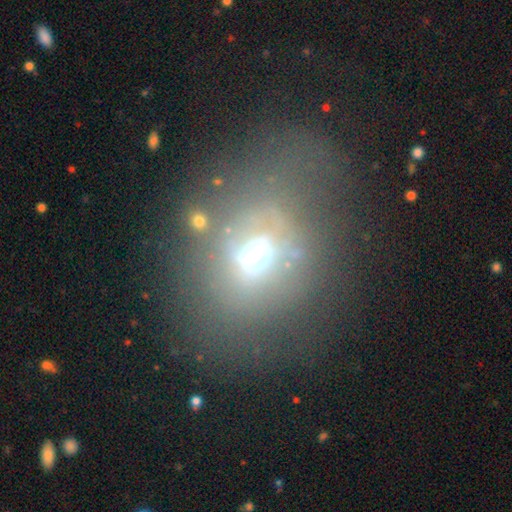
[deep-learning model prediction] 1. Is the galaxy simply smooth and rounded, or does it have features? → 43% smooth, 38% featured or disk, 18% star or artifact.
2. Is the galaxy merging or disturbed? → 43% none, 26% major disturbance, 23% minor disturbance, 7% merger.